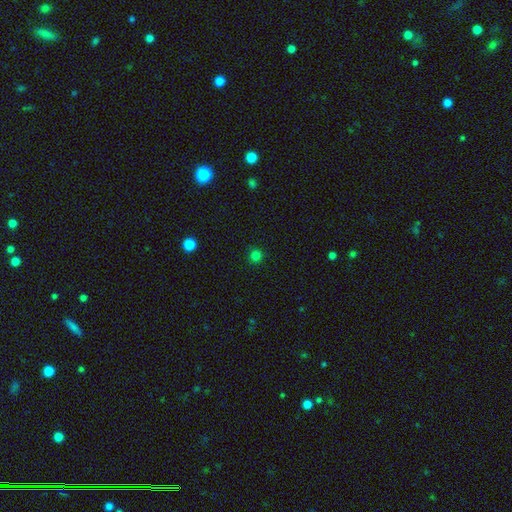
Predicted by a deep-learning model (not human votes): A smooth galaxy with no disk features (79%) that is round (94%). Merging: none (90%).